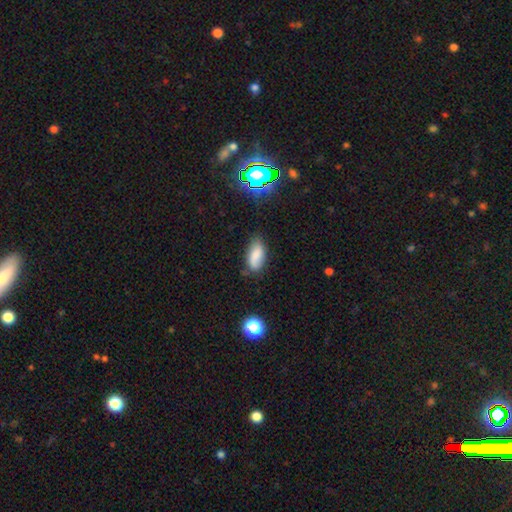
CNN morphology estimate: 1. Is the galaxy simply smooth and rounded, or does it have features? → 80% smooth, 10% star or artifact, 10% featured or disk.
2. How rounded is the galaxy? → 88% in between, 9% cigar-shaped, 3% round.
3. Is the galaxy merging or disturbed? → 67% none, 25% minor disturbance, 5% major disturbance, 3% merger.